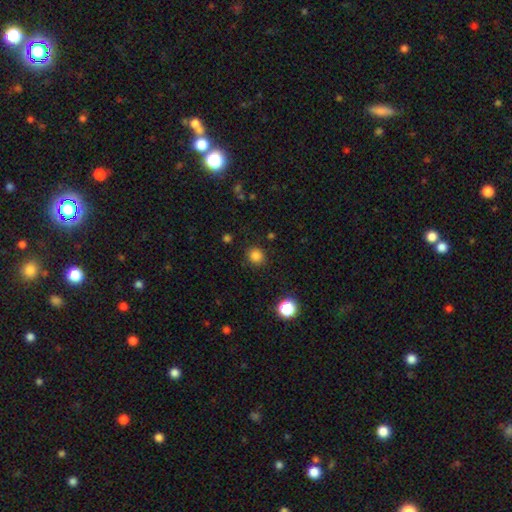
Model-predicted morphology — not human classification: smooth_or_featured: smooth (p=0.83) [alt: star or artifact p=0.13]
how_rounded: round (p=0.86) [alt: in between p=0.13]
merging: none (p=0.89) [alt: minor disturbance p=0.07]